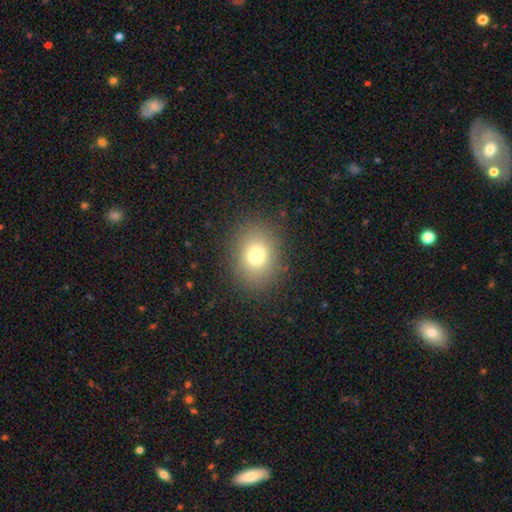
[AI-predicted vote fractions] Morphology: type=smooth (75%); roundness=round (58%); merging=none (86%).